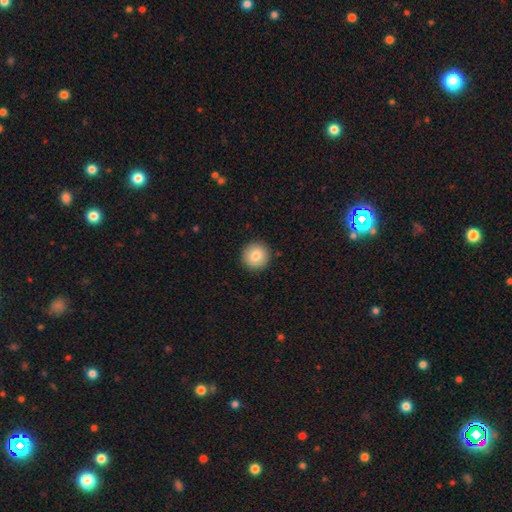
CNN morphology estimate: Smooth or featured?
  - smooth: 82% *
  - featured or disk: 10%
  - star or artifact: 8%
How rounded?
  - round: 95% *
  - in between: 4%
  - cigar-shaped: 1%
Merging?
  - none: 92% *
  - minor disturbance: 6%
  - major disturbance: 2%
  - merger: 1%